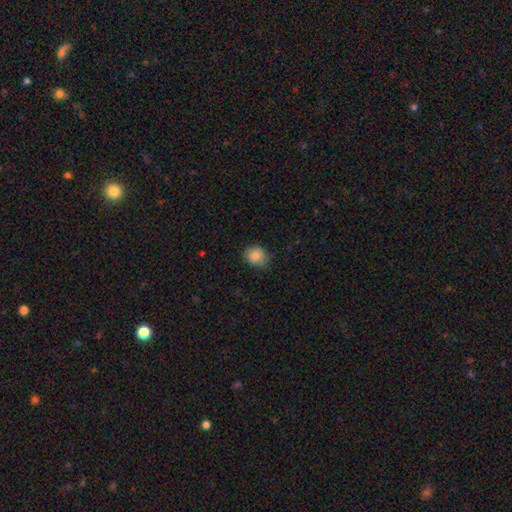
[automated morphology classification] Smooth or featured?
  - smooth: 86% *
  - star or artifact: 9%
  - featured or disk: 5%
How rounded?
  - round: 64% *
  - in between: 35%
  - cigar-shaped: 1%
Merging?
  - none: 76% *
  - minor disturbance: 19%
  - major disturbance: 4%
  - merger: 1%